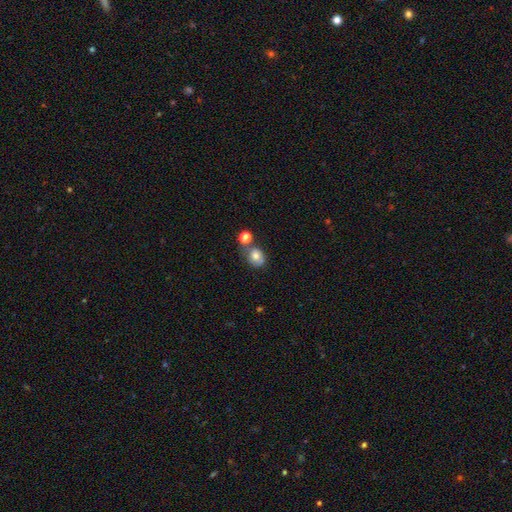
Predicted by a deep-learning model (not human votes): Overall: smooth (75%). How rounded: round (54%; in between 45%). Merging: none (48%; merger 27%).